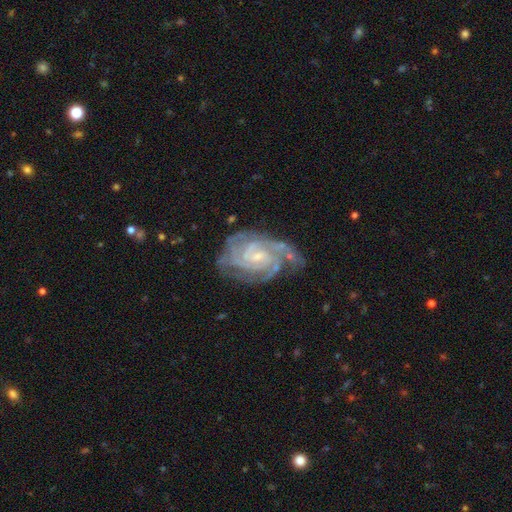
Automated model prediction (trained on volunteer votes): Smooth or featured? featured or disk (90%)
Edge-on disk? no (98%)
Bar? no (50%)
Spiral arms? yes (98%)
Spiral winding? tight (66%)
Spiral arm count? 3 (27%)
Bulge size? small (73%)
Merging? none (66%)